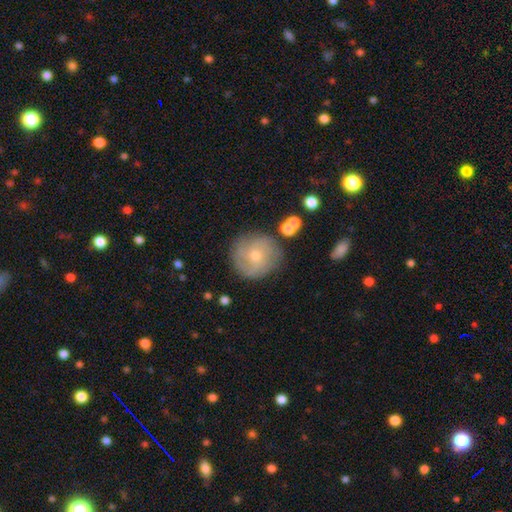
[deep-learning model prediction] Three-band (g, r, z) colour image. It shows a featured or disk galaxy (51%). Merging: none (77%).